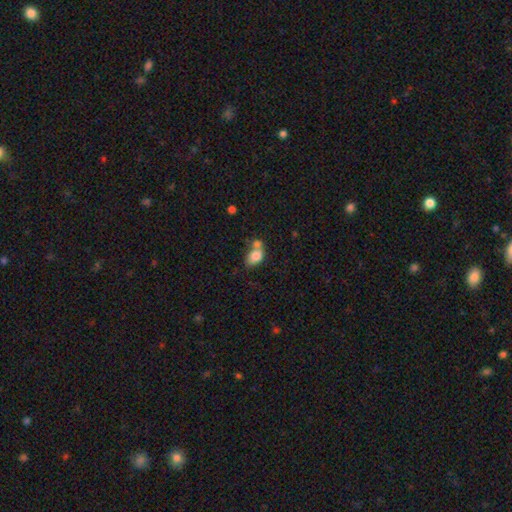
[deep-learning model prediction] Smooth or featured? Predicted: smooth (p=0.80). How rounded? Predicted: in between (p=0.80). Merging? Predicted: merger (p=0.46).